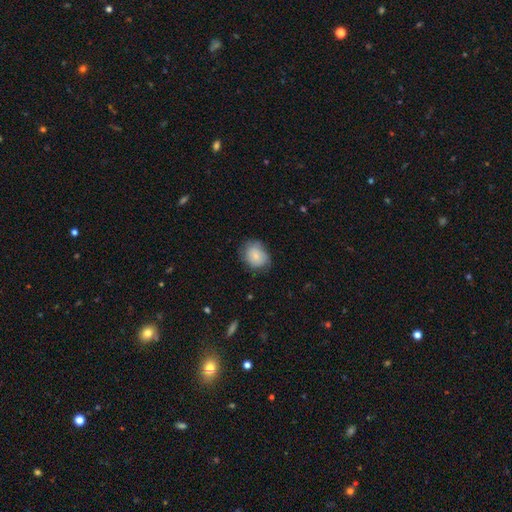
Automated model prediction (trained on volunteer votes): smooth-or-featured: smooth: 79% | featured or disk: 14% | star or artifact: 7%
  how-rounded: round: 56% | in between: 43% | cigar-shaped: 1%
  merging: none: 66% | minor disturbance: 26% | major disturbance: 7% | merger: 1%